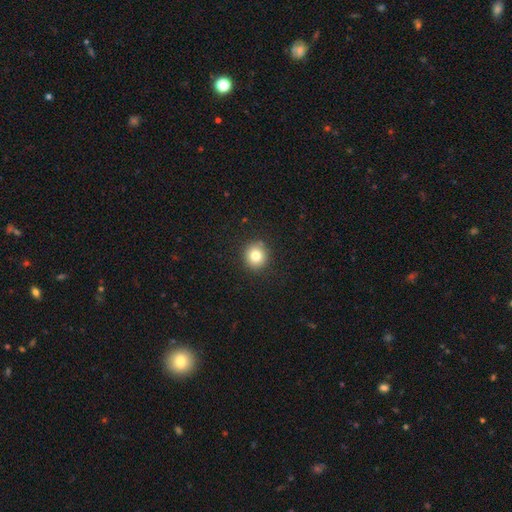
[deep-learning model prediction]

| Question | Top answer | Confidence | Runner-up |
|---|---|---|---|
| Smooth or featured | smooth | 80% | star or artifact (11%) |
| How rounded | round | 90% | in between (9%) |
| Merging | none | 90% | minor disturbance (7%) |